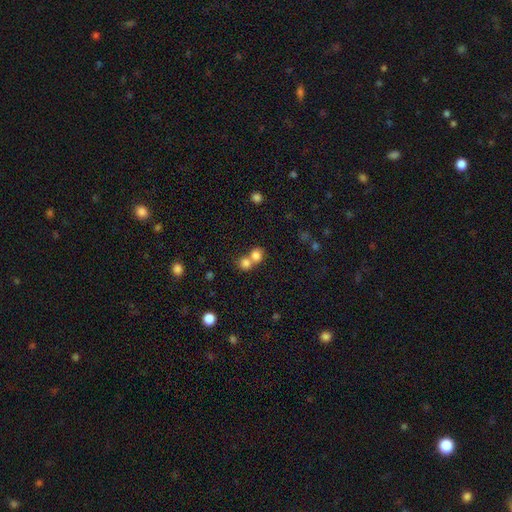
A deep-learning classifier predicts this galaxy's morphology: This appears to be a smooth galaxy with no disk features (79%) that is round (75%). Merging: merger (59%).